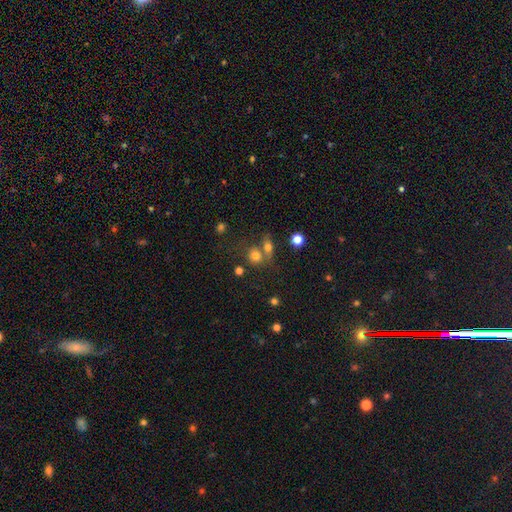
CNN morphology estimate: This appears to be a smooth galaxy with no disk features (73%) that is round (69%). Merging: none (47%).